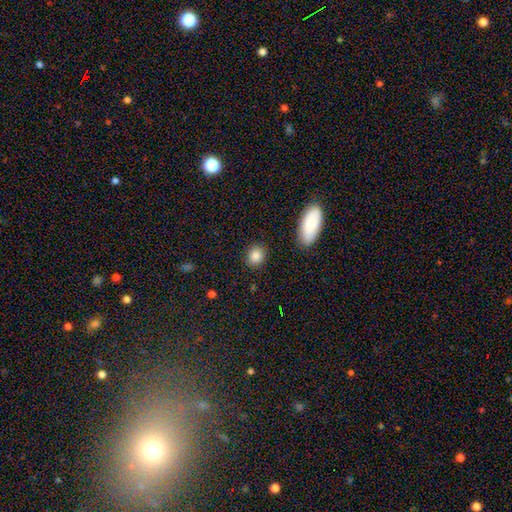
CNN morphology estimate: Smooth or featured? Predicted: smooth (p=0.87). How rounded? Predicted: round (p=0.69). Merging? Predicted: none (p=0.88).